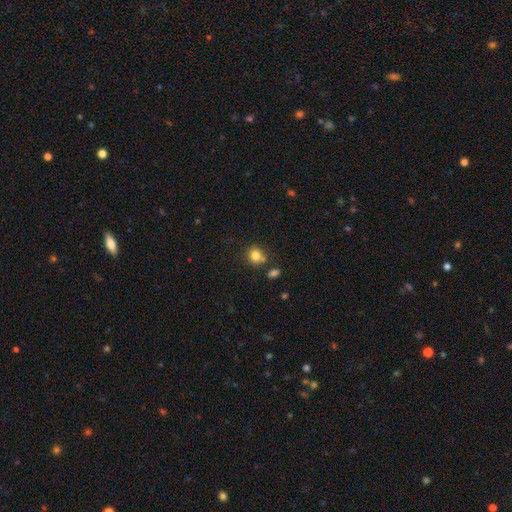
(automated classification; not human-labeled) smooth 81%, star or artifact 12%, featured or disk 8%. Down the decision tree: how rounded — round (81%); merging — none (69%).